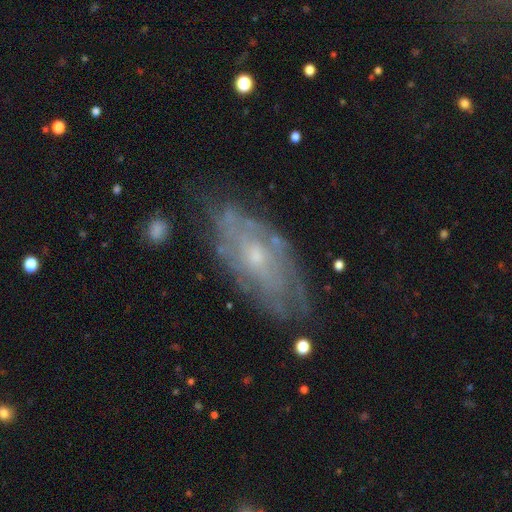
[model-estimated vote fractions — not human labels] A featured or disk galaxy (70%) with no bar (79%), spiral arms (65%) and a small central bulge (67%).

Vote fractions:
- Smooth or featured? featured or disk: 70% / smooth: 23% / star or artifact: 7%
- Edge-on disk? no: 88% / yes: 12%
- Bar? no: 79% / weak: 18% / strong: 3%
- Spiral arms? yes: 65% / no: 35%
- Bulge size? small: 67% / moderate: 28% / none: 3% / large: 1% / dominant: 1%
- Merging? none: 67% / minor disturbance: 22% / major disturbance: 8% / merger: 2%